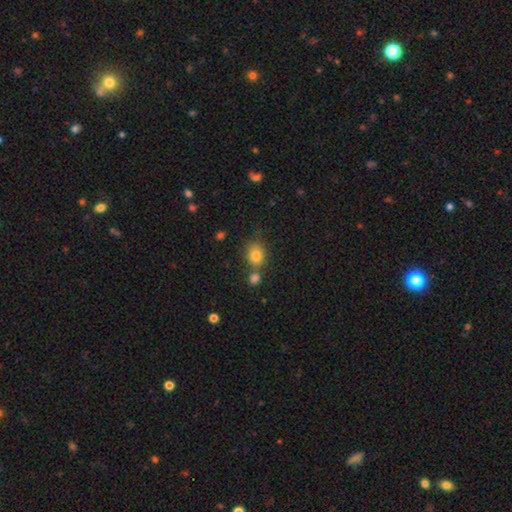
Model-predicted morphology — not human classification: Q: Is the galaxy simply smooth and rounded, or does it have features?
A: smooth — 83%.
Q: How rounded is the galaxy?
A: round — 61%.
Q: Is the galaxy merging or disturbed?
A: none — 61%.